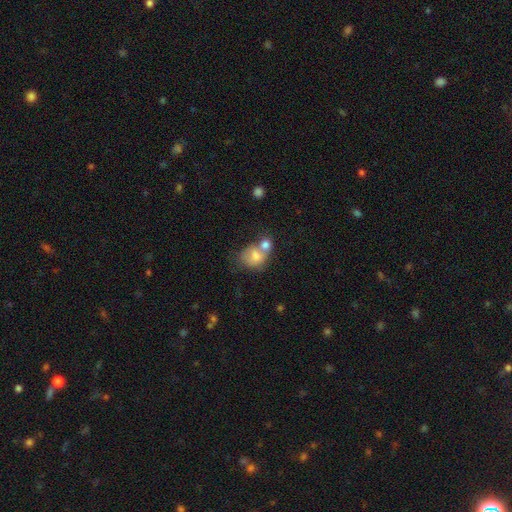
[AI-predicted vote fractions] smooth 73%, featured or disk 18%, star or artifact 9%. Down the decision tree: how rounded — in between (51%); merging — merger (55%).